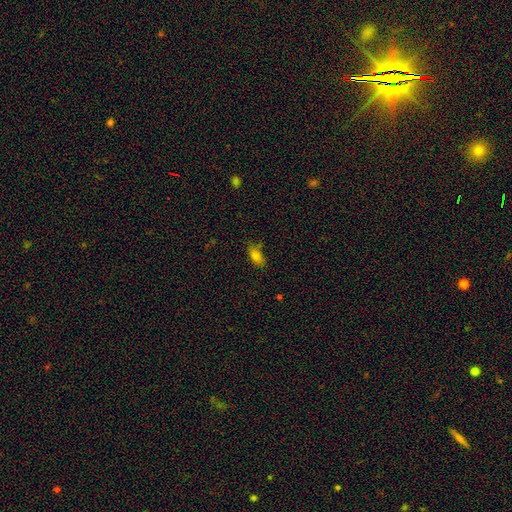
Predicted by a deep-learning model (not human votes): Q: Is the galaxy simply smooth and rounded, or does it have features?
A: smooth — 78%.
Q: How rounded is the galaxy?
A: in between — 86%.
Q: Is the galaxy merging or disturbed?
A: none — 73%.